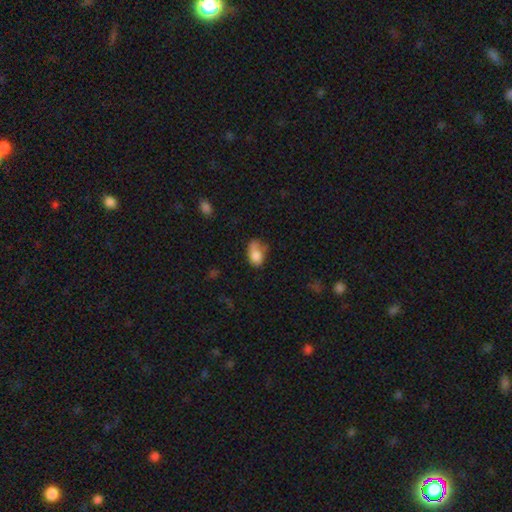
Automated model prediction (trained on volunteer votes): Smooth or featured: smooth — 77% (featured or disk — 14%)
How rounded: in between — 82% (round — 17%)
Merging: none — 34% (minor disturbance — 31%)